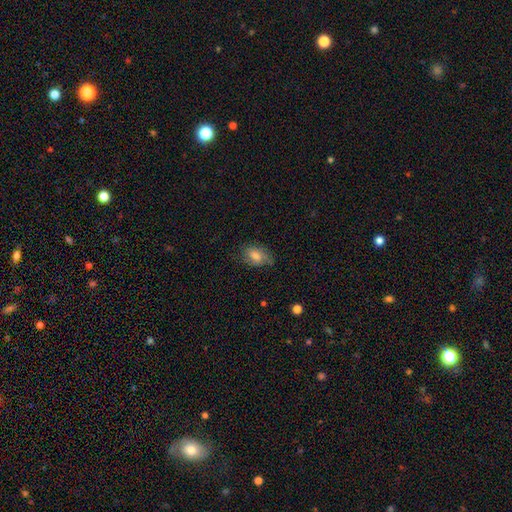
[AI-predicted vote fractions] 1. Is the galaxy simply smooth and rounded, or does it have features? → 65% smooth, 25% featured or disk, 10% star or artifact.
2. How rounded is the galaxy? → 83% in between, 15% round, 2% cigar-shaped.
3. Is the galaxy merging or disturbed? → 60% none, 29% minor disturbance, 10% major disturbance, 2% merger.